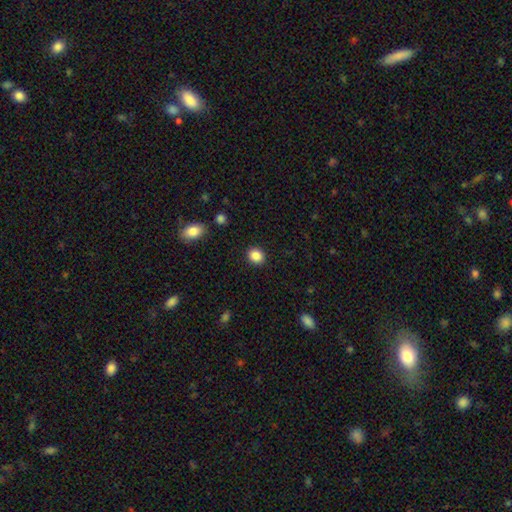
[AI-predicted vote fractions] A smooth galaxy with no disk features (87%) that is round (65%).

Vote fractions:
- Smooth or featured? smooth: 87% / star or artifact: 9% / featured or disk: 4%
- How rounded? round: 65% / in between: 34% / cigar-shaped: 1%
- Merging? none: 90% / minor disturbance: 7% / major disturbance: 2% / merger: 1%